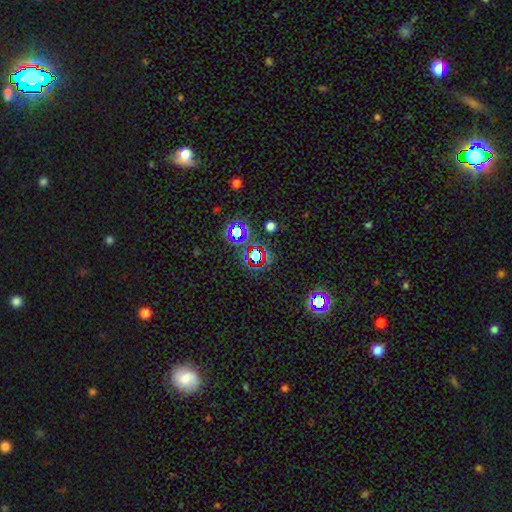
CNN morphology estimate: Smooth or featured? star or artifact (70%)